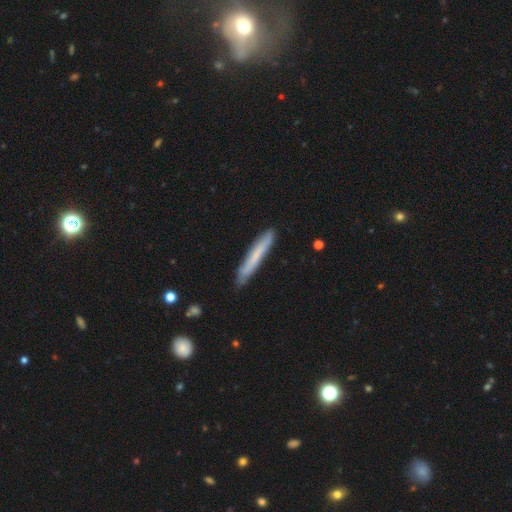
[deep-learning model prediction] Smooth or featured? Predicted: smooth (p=0.63). How rounded? Predicted: cigar-shaped (p=0.95). Merging? Predicted: none (p=0.81).